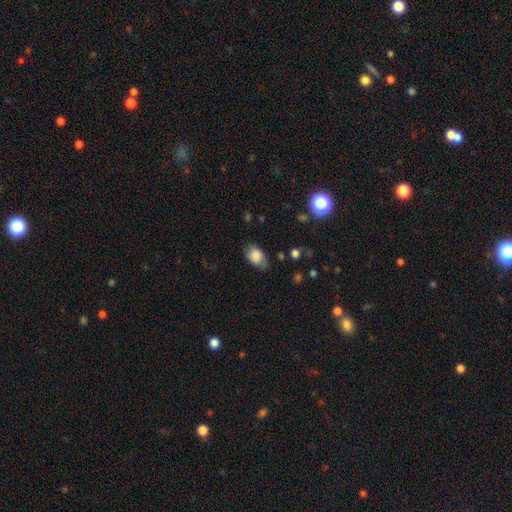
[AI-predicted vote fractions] Q: Smooth or featured?
A: smooth (78%); runner-up: featured or disk (14%)
Q: How rounded?
A: in between (89%); runner-up: round (10%)
Q: Merging?
A: none (68%); runner-up: minor disturbance (24%)